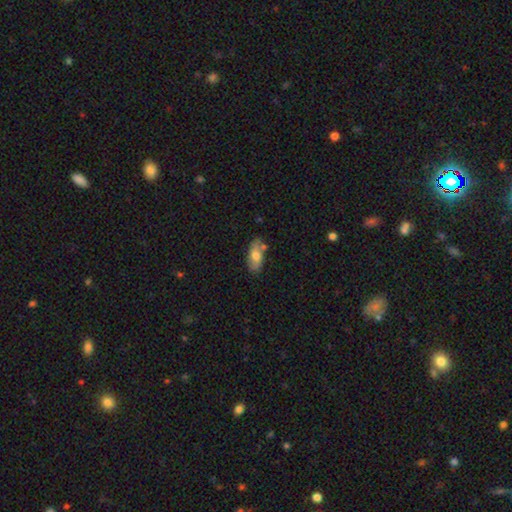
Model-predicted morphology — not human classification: Smooth or featured?
  - smooth: 61% *
  - featured or disk: 33%
  - star or artifact: 7%
How rounded?
  - in between: 88% *
  - cigar-shaped: 8%
  - round: 4%
Merging?
  - none: 70% *
  - minor disturbance: 19%
  - merger: 7%
  - major disturbance: 4%